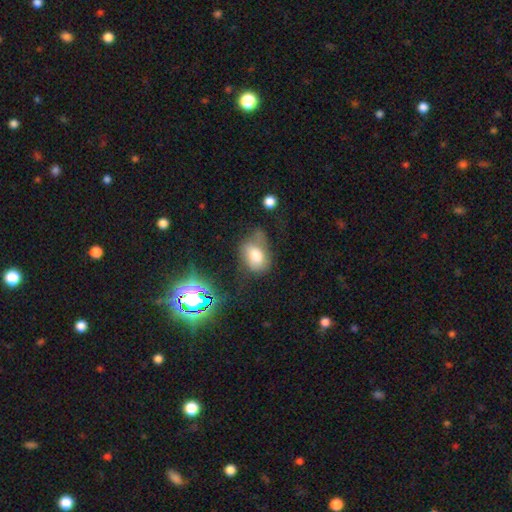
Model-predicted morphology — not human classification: A smooth galaxy with no disk features (70%) that is in between round and cigar-shaped (73%). Merging: none (40%).